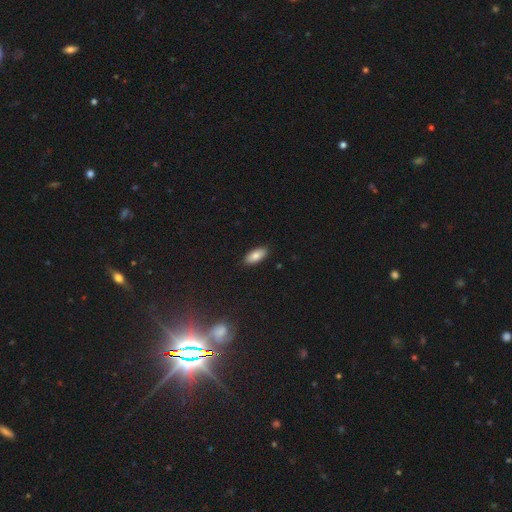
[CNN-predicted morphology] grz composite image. It shows a smooth galaxy with no disk features (81%) that is in between round and cigar-shaped (87%). Merging: none (89%).